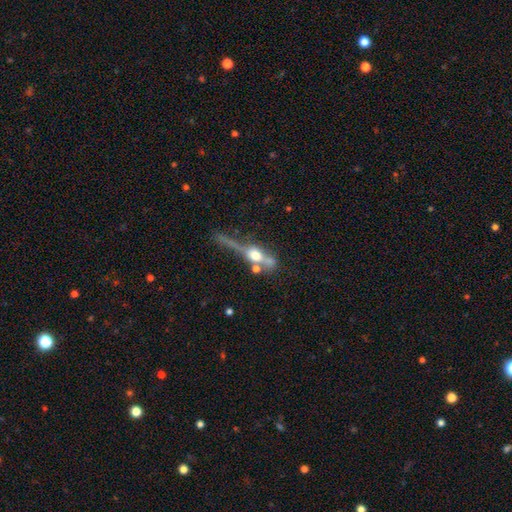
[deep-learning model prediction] This is possibly a featured or disk galaxy (51%). It is likely viewed edge-on (73%). Merging: marginally none (34%).